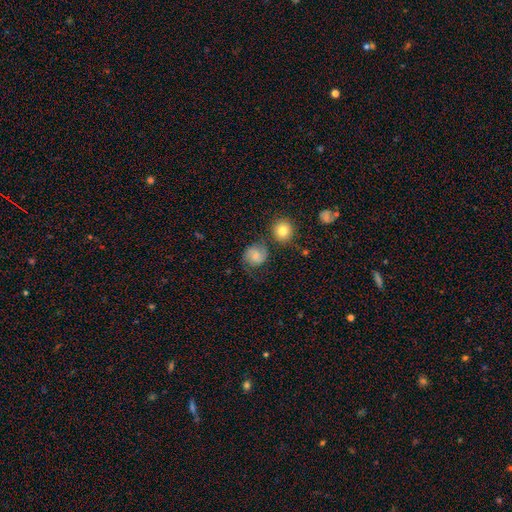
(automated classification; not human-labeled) Smooth or featured? Predicted: smooth (p=0.54). How rounded? Predicted: round (p=0.84). Merging? Predicted: none (p=0.66).